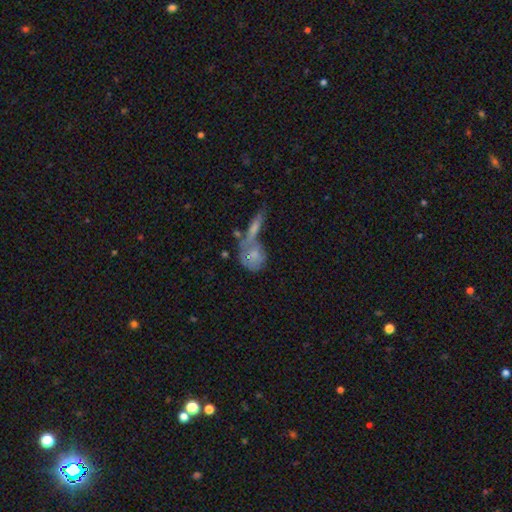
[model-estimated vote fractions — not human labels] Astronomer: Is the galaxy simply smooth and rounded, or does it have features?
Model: smooth — 63%.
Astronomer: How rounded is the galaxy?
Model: round — 50% (runner-up: in between, 43%).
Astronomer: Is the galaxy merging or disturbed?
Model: merger — 46% (runner-up: none, 30%).